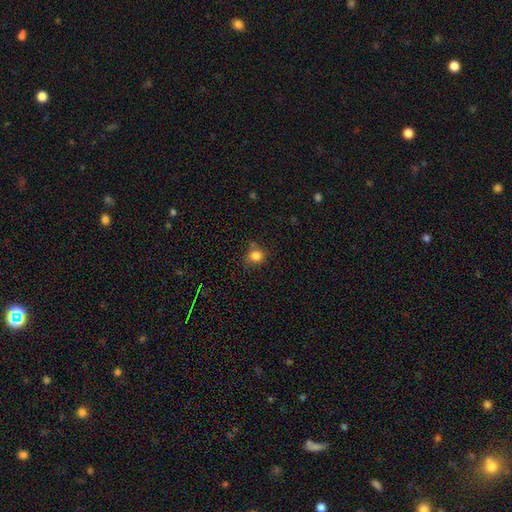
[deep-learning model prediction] Smooth or featured? Predicted: smooth (p=0.82). How rounded? Predicted: round (p=0.79). Merging? Predicted: none (p=0.65).